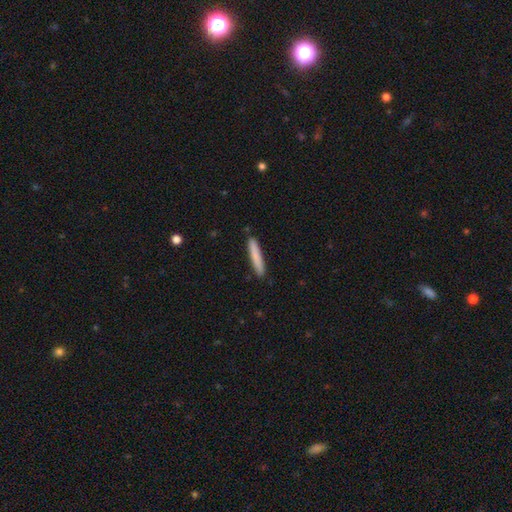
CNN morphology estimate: smooth-or-featured: smooth: 82% | featured or disk: 12% | star or artifact: 6%
  how-rounded: cigar-shaped: 94% | in between: 5% | round: 1%
  merging: none: 89% | minor disturbance: 8% | major disturbance: 1% | merger: 1%